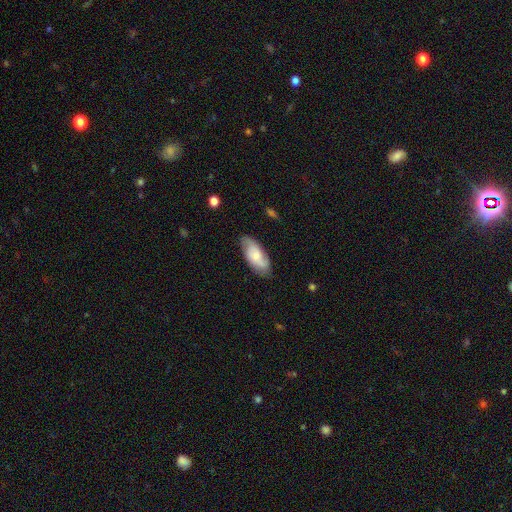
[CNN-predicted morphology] type=smooth (53%); roundness=in between (86%); merging=none (73%).